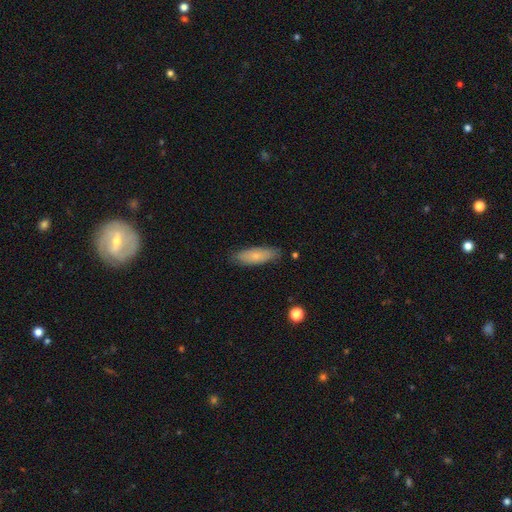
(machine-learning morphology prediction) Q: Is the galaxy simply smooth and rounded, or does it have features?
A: smooth — 73%.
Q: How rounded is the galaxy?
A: in between — 56%.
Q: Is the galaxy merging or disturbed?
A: none — 83%.